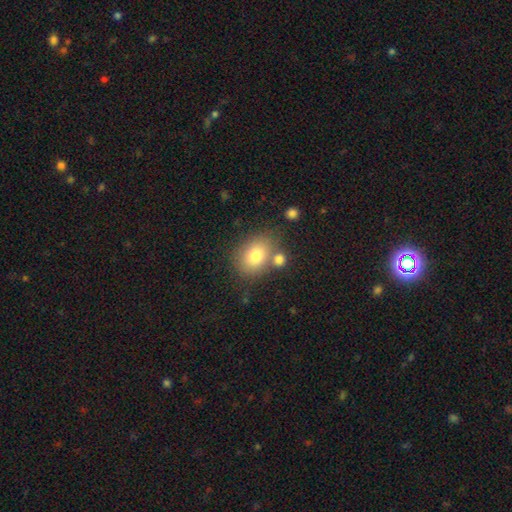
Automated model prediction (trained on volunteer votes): smooth-or-featured: smooth: 77% | featured or disk: 13% | star or artifact: 10%
  how-rounded: in between: 63% | round: 35% | cigar-shaped: 1%
  merging: none: 64% | merger: 17% | minor disturbance: 14% | major disturbance: 5%